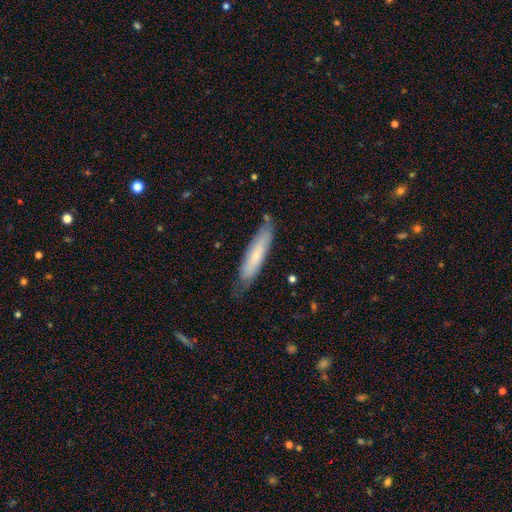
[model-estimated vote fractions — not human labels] Morphology: type=smooth (64%); roundness=cigar-shaped (80%); merging=none (71%).